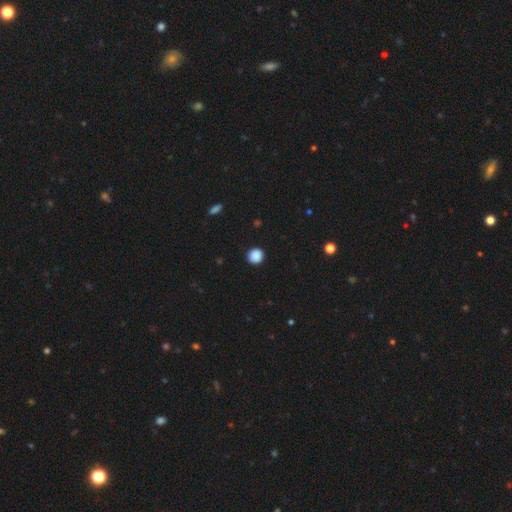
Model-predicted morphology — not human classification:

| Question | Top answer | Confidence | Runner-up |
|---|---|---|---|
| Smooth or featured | smooth | 88% | star or artifact (9%) |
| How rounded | round | 92% | in between (7%) |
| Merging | none | 91% | minor disturbance (6%) |